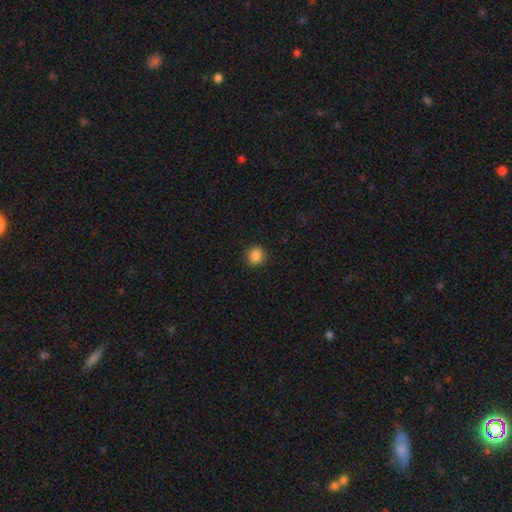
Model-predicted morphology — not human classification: Overall: smooth (87%). How rounded: round (83%). Merging: none (90%).